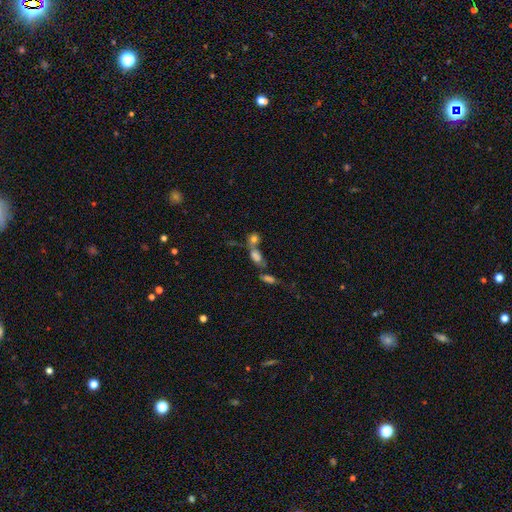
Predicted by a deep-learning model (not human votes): Smooth or featured: smooth — 62% (star or artifact — 20%)
How rounded: in between — 63% (round — 26%)
Merging: merger — 53% (none — 30%)